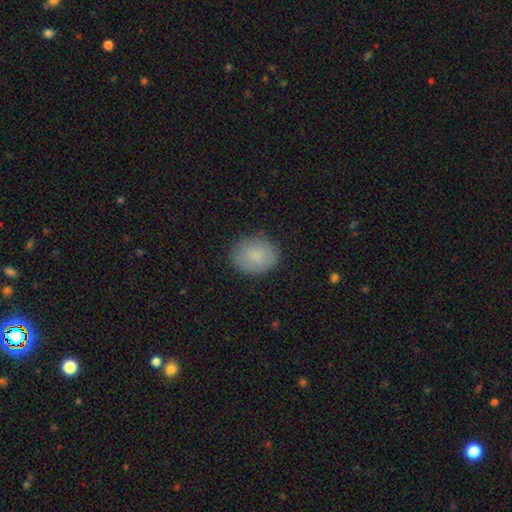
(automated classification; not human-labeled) The model was most divided on "how rounded": round: 57%, in between: 42%, cigar-shaped: 1%. More confident: merging — none (84%); smooth or featured — smooth (83%).